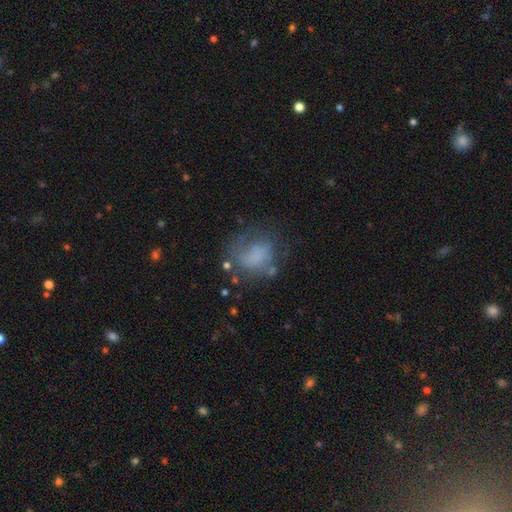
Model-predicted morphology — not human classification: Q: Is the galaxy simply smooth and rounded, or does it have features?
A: smooth — 54%.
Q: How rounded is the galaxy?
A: round — 53%.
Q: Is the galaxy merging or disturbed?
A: none — 47%.